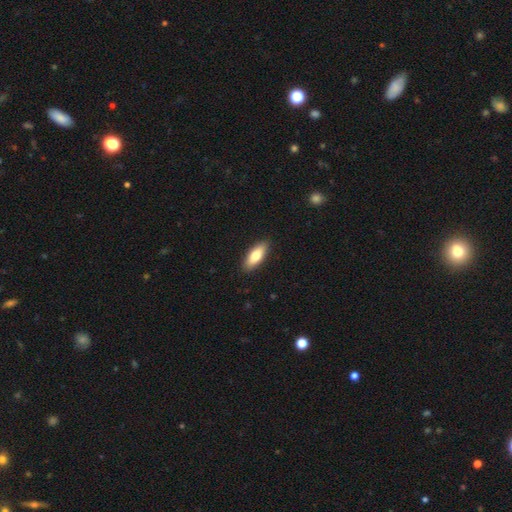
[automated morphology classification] This is likely a smooth galaxy (77%). How rounded: likely in between (70%). Merging: clearly none (89%).